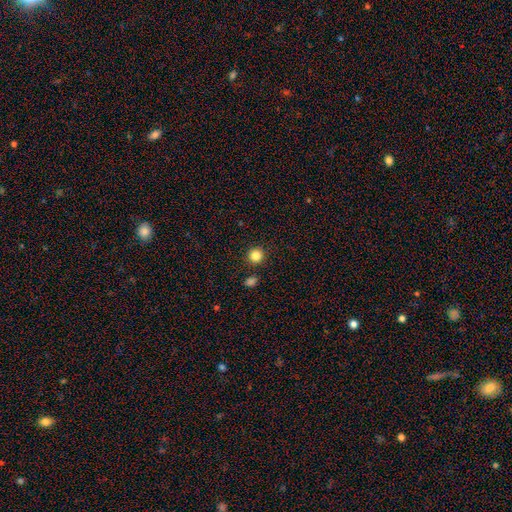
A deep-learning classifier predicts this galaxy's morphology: This is clearly a smooth galaxy (84%). How rounded: clearly round (94%). Merging: clearly none (89%).